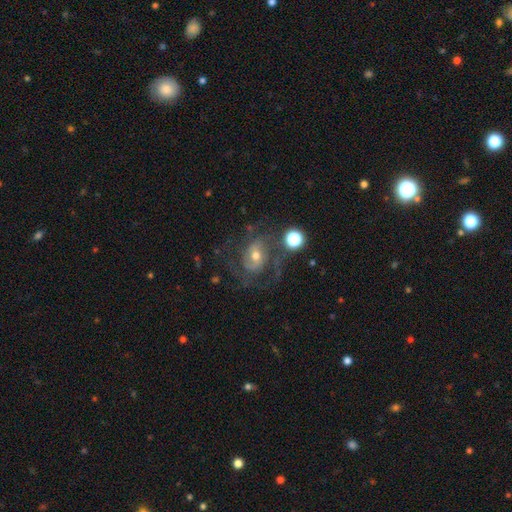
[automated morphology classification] The model was most divided on "bar": no: 50%, weak: 38%, strong: 12%. Remaining: edge-on disk — no (97%); spiral arms — yes (88%); smooth or featured — featured or disk (76%); bulge size — moderate (60%); merging — none (54%); spiral arm count — 2 (50%); spiral winding — medium (47%).